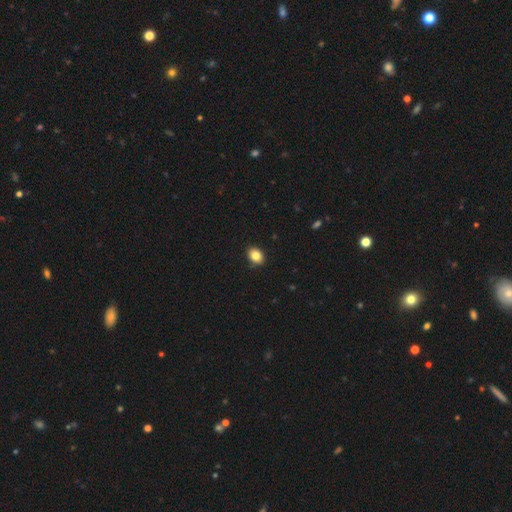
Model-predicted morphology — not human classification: Overall: smooth (85%). How rounded: in between (65%; round 34%). Merging: none (89%).